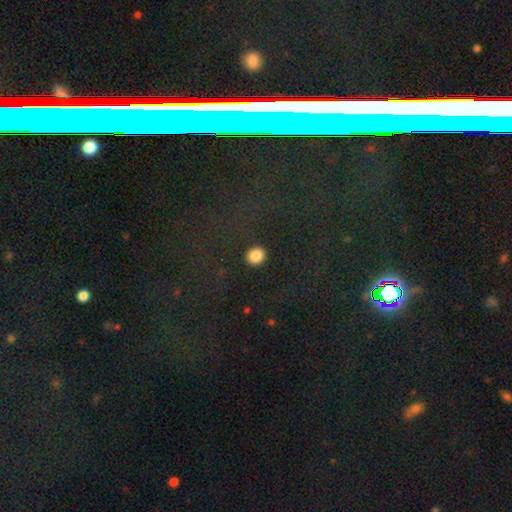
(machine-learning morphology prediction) smooth-or-featured: smooth: 85% | star or artifact: 10% | featured or disk: 5%
  how-rounded: round: 76% | in between: 23% | cigar-shaped: 1%
  merging: none: 91% | minor disturbance: 6% | major disturbance: 2% | merger: 1%